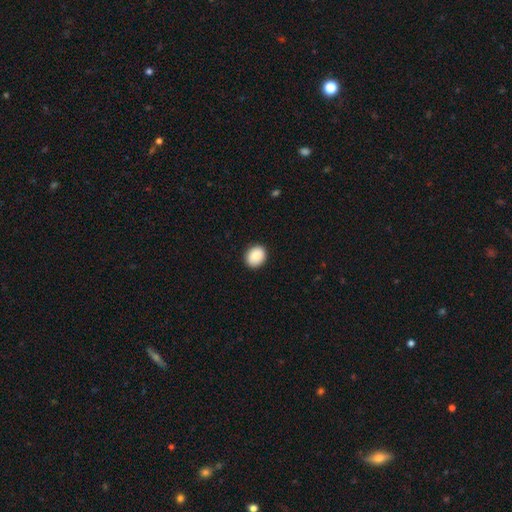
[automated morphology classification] Overall: smooth (89%). How rounded: round (56%; in between 43%). Merging: none (90%).